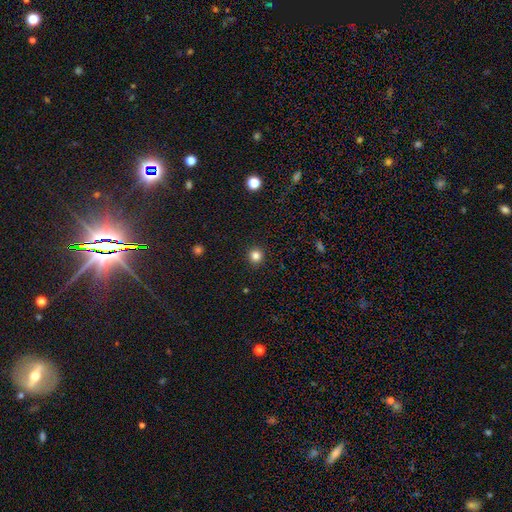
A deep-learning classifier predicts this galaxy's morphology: Smooth or featured? smooth (83%)
How rounded? round (95%)
Merging? none (93%)